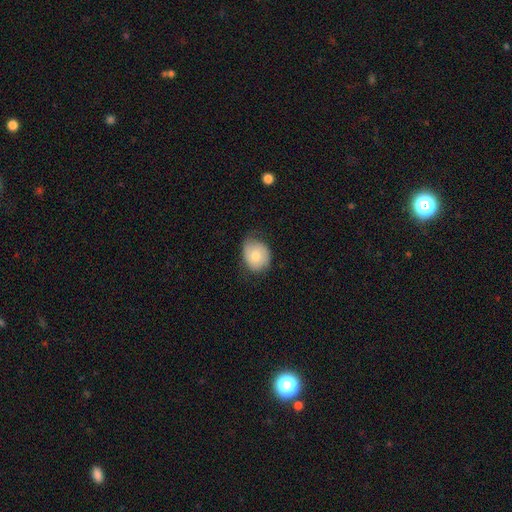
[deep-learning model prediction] This is likely a smooth galaxy (69%). How rounded: possibly round (56%). Merging: possibly none (58%).